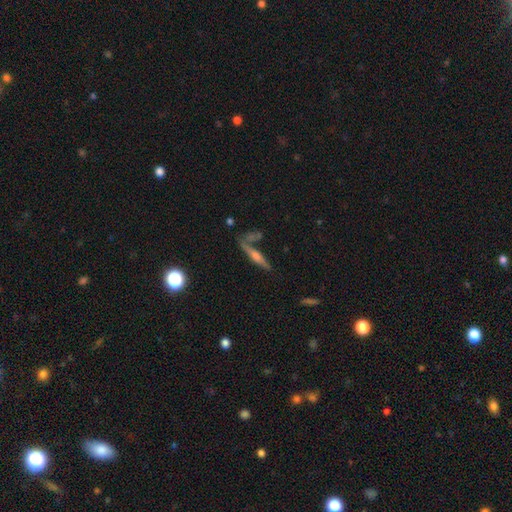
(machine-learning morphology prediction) Smooth or featured: featured or disk — 65% (smooth — 24%)
Edge-on disk: yes — 89% (no — 11%)
Edge-on bulge: rounded — 86% (none — 7%)
Merging: none — 58% (merger — 18%)